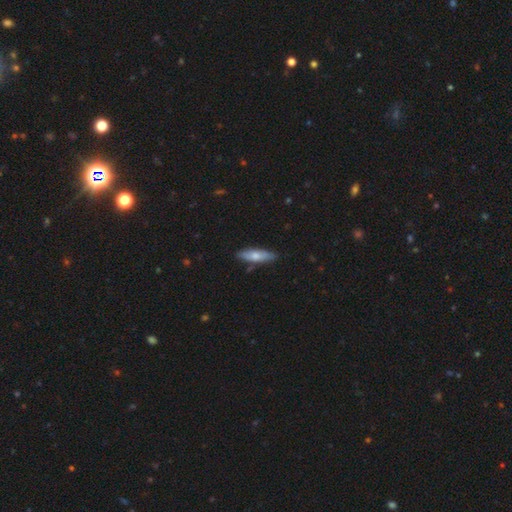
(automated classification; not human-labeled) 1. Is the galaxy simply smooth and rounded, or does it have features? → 67% smooth, 27% featured or disk, 6% star or artifact.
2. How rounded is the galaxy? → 59% cigar-shaped, 39% in between, 2% round.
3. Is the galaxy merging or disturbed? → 83% none, 13% minor disturbance, 2% merger, 2% major disturbance.